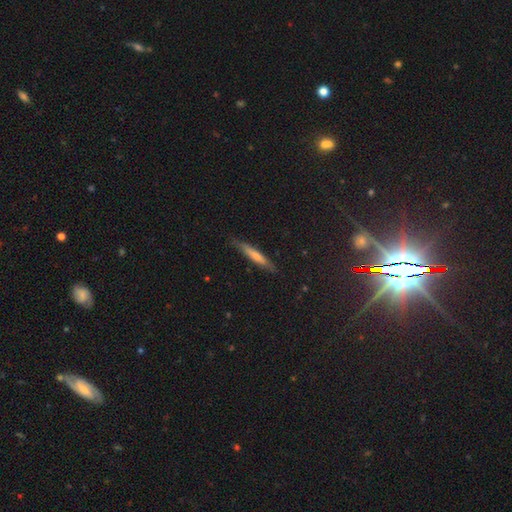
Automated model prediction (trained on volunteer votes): Morphology: type=smooth (52%); roundness=cigar-shaped (92%); merging=none (84%).